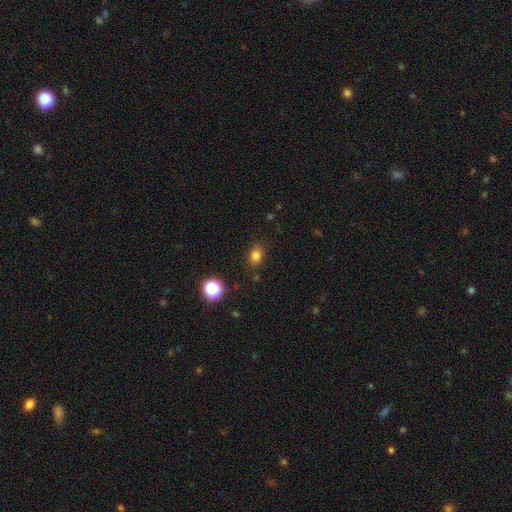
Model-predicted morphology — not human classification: smooth 79%, star or artifact 14%, featured or disk 7%. Down the decision tree: how rounded — in between (61%); merging — none (82%).